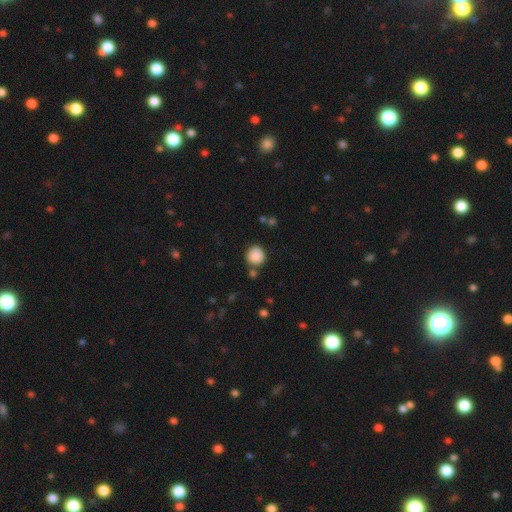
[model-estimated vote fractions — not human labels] Smooth or featured?
  - smooth: 88% *
  - star or artifact: 9%
  - featured or disk: 4%
How rounded?
  - round: 91% *
  - in between: 8%
  - cigar-shaped: 1%
Merging?
  - none: 79% *
  - minor disturbance: 10%
  - merger: 8%
  - major disturbance: 3%